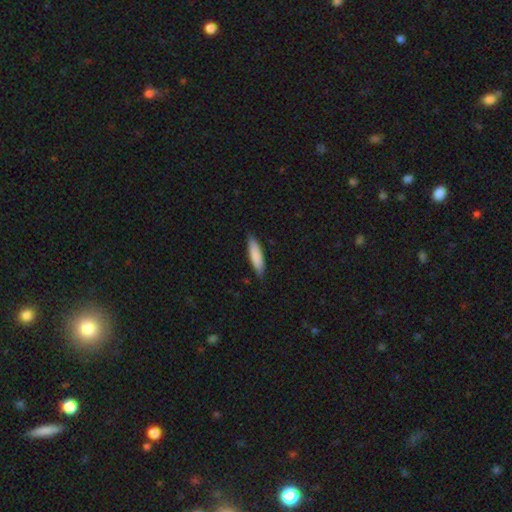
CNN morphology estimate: smooth-or-featured: smooth: 85% | featured or disk: 10% | star or artifact: 5%
  how-rounded: cigar-shaped: 71% | in between: 27% | round: 1%
  merging: none: 84% | minor disturbance: 13% | major disturbance: 2% | merger: 1%